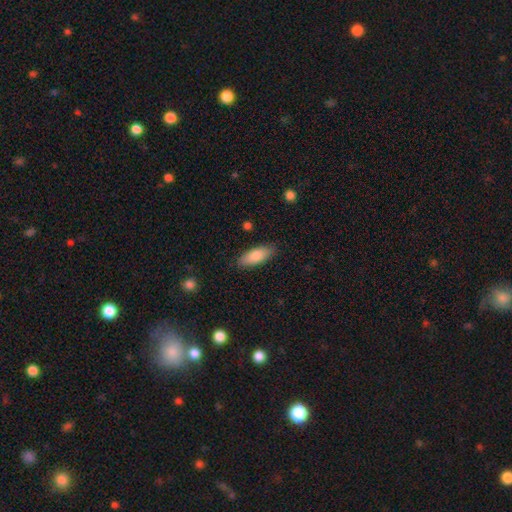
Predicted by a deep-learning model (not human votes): Smooth or featured: smooth — 82% (featured or disk — 12%)
How rounded: in between — 73% (cigar-shaped — 25%)
Merging: none — 86% (minor disturbance — 10%)